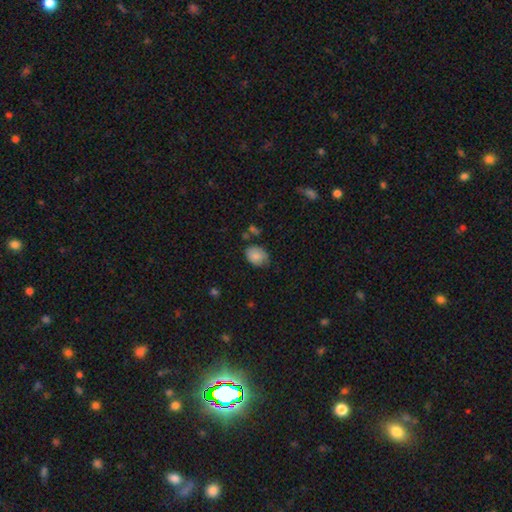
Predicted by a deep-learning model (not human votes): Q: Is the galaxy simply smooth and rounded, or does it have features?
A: smooth — 83%.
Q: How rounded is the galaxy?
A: in between — 68%.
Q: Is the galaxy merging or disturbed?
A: none — 65%.